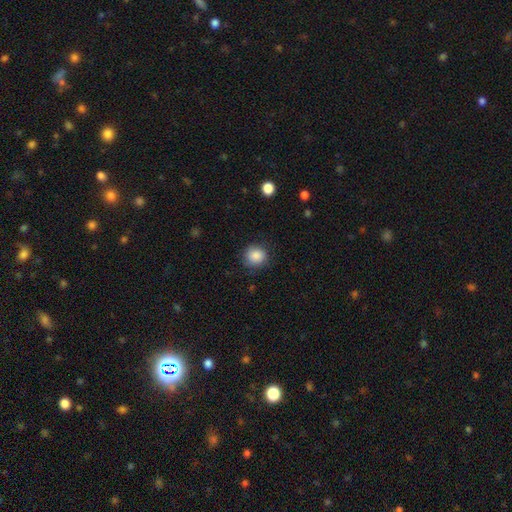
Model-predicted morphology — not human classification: Smooth or featured?
  - smooth: 87% *
  - star or artifact: 9%
  - featured or disk: 5%
How rounded?
  - round: 85% *
  - in between: 14%
  - cigar-shaped: 1%
Merging?
  - none: 83% *
  - minor disturbance: 12%
  - major disturbance: 3%
  - merger: 1%